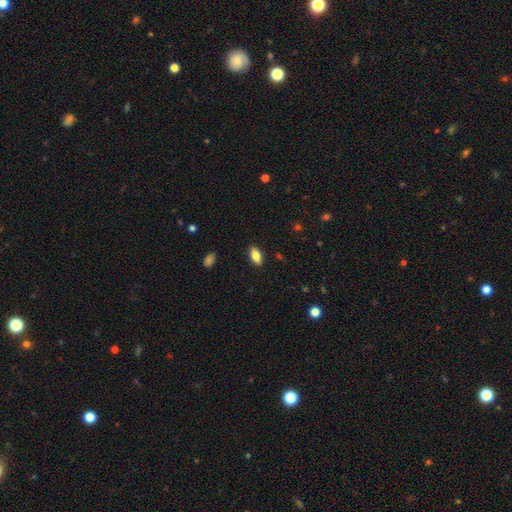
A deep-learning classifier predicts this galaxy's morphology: Smooth or featured: smooth — 79% (featured or disk — 14%)
How rounded: in between — 82% (cigar-shaped — 15%)
Merging: none — 88% (minor disturbance — 9%)